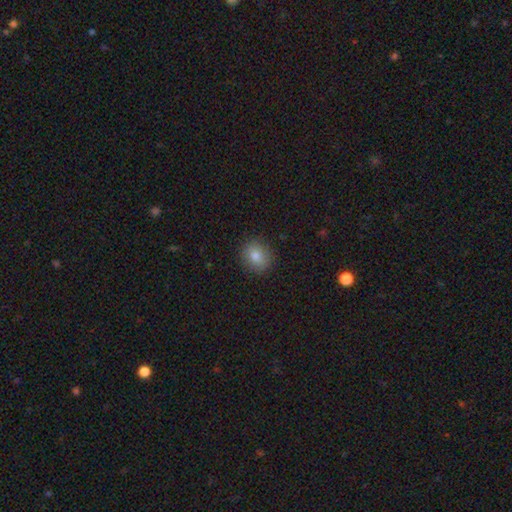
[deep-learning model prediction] Smooth or featured? smooth (80%)
How rounded? round (71%)
Merging? none (90%)